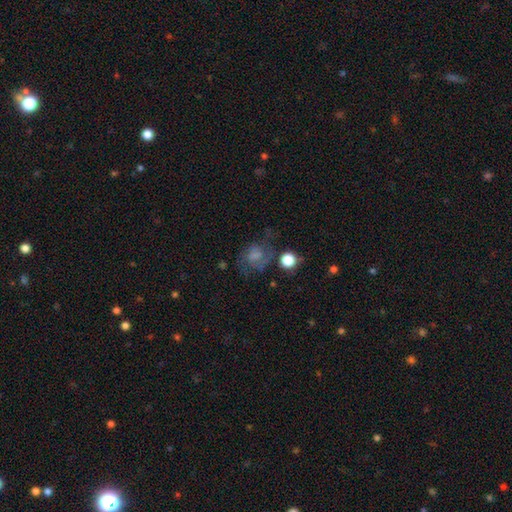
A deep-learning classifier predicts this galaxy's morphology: The model was most divided on "smooth or featured": smooth: 45%, featured or disk: 42%, star or artifact: 13%. Remaining: merging — none (47%).